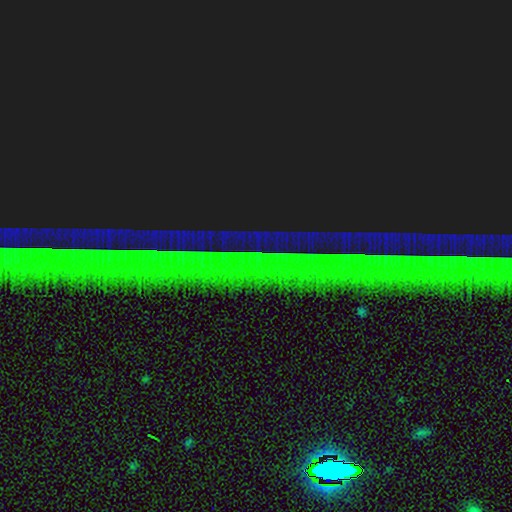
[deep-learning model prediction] A star or artifact, not a galaxy (83%).